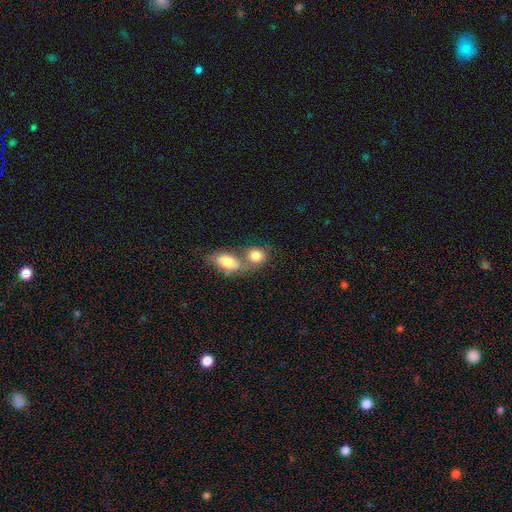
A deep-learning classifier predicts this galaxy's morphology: smooth_or_featured: smooth (p=0.82) [alt: featured or disk p=0.11]
how_rounded: round (p=0.56) [alt: in between p=0.43]
merging: merger (p=0.56) [alt: none p=0.31]